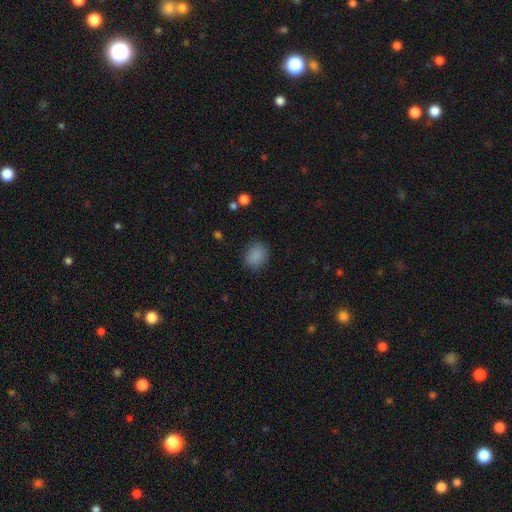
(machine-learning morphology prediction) Smooth or featured? smooth (86%)
How rounded? round (52%)
Merging? none (83%)